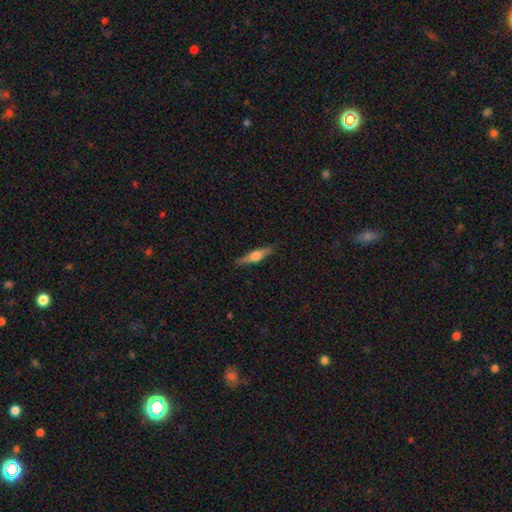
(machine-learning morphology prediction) featured or disk 58%, smooth 36%, star or artifact 6%. Down the decision tree: edge-on disk — yes (96%); edge-on bulge — rounded (89%); merging — none (87%).